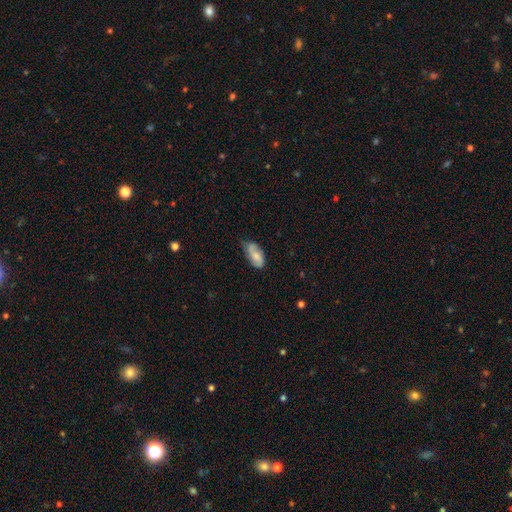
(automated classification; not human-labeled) smooth_or_featured: smooth (p=0.55) [alt: featured or disk p=0.38]
how_rounded: in between (p=0.91) [alt: cigar-shaped p=0.06]
merging: none (p=0.58) [alt: minor disturbance p=0.33]